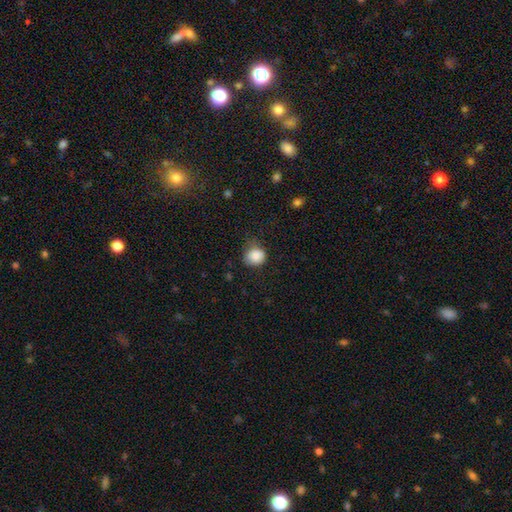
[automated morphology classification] A smooth galaxy with no disk features (86%) that is round (78%). Merging: none (62%).